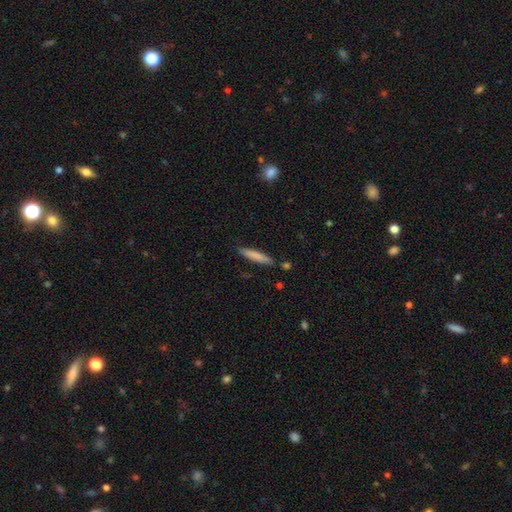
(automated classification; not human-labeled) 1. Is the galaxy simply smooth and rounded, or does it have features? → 79% smooth, 15% featured or disk, 6% star or artifact.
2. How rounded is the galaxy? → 91% cigar-shaped, 8% in between, 1% round.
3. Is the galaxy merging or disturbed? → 85% none, 10% minor disturbance, 3% merger, 2% major disturbance.